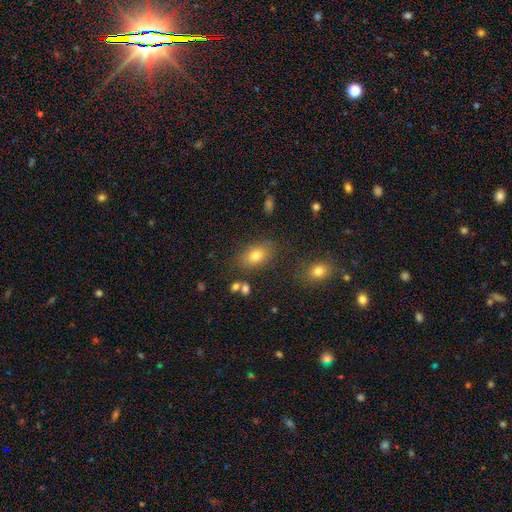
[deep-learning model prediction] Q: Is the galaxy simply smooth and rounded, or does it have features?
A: smooth — 78%.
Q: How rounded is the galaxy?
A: in between — 85%.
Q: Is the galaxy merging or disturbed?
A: none — 80%.